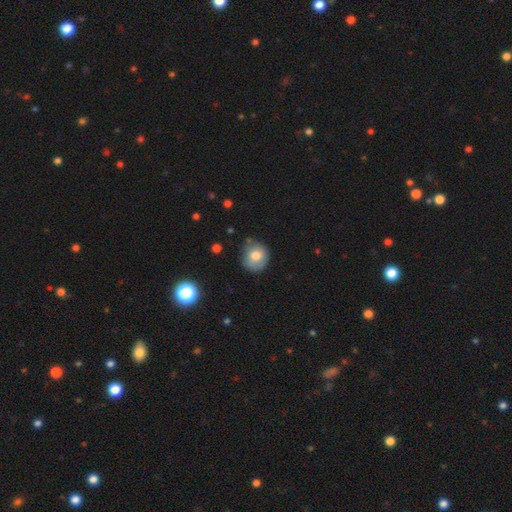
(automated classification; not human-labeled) A smooth galaxy with no disk features (72%) that is round (77%).

Vote fractions:
- Smooth or featured? smooth: 72% / featured or disk: 19% / star or artifact: 9%
- How rounded? round: 77% / in between: 23% / cigar-shaped: 1%
- Merging? none: 64% / minor disturbance: 27% / major disturbance: 6% / merger: 3%